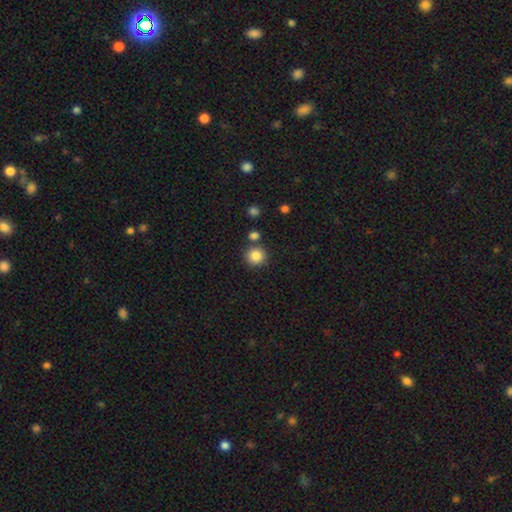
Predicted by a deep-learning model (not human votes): This appears to be a smooth galaxy with no disk features (86%) that is round (93%). Merging: none (80%).